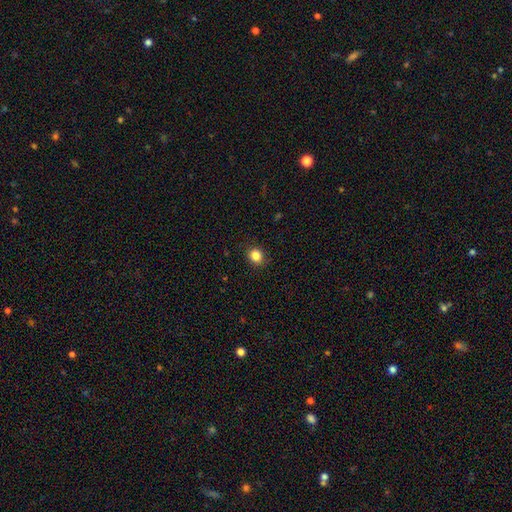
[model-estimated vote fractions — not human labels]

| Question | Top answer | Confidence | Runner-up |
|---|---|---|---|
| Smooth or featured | smooth | 84% | star or artifact (11%) |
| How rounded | round | 78% | in between (21%) |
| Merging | none | 89% | minor disturbance (7%) |